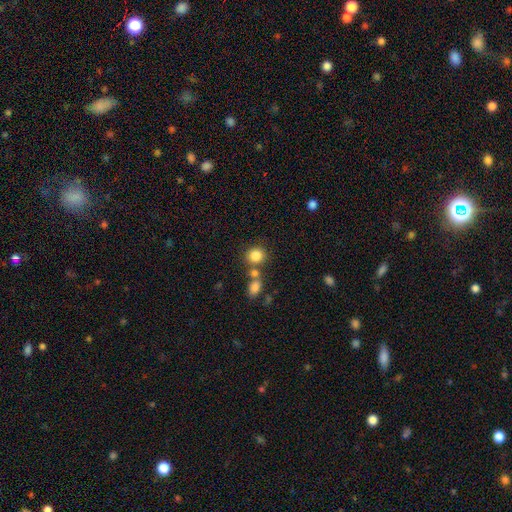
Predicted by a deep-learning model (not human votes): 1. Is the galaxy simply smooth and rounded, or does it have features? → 84% smooth, 10% star or artifact, 6% featured or disk.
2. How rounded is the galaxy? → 79% round, 20% in between, 1% cigar-shaped.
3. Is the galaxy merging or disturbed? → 63% none, 24% merger, 10% minor disturbance, 4% major disturbance.